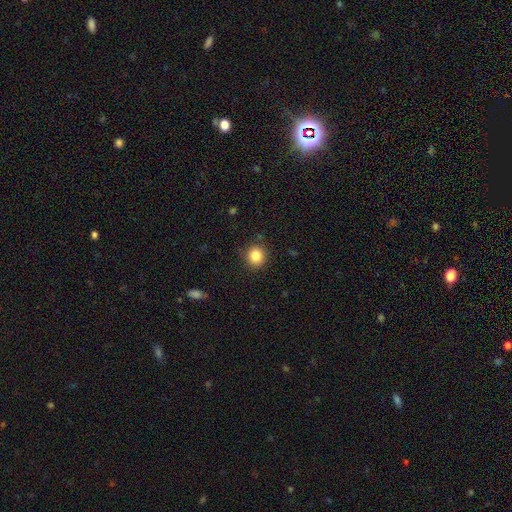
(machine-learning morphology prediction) smooth-or-featured: smooth: 84% | star or artifact: 11% | featured or disk: 5%
  how-rounded: round: 84% | in between: 15% | cigar-shaped: 1%
  merging: none: 87% | minor disturbance: 9% | major disturbance: 3% | merger: 1%